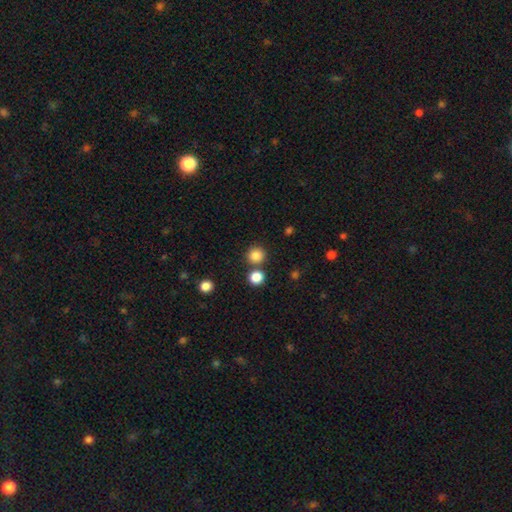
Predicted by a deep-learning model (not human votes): Smooth or featured?
  - smooth: 84% *
  - star or artifact: 12%
  - featured or disk: 4%
How rounded?
  - round: 92% *
  - in between: 7%
  - cigar-shaped: 1%
Merging?
  - none: 77% *
  - merger: 14%
  - minor disturbance: 7%
  - major disturbance: 3%